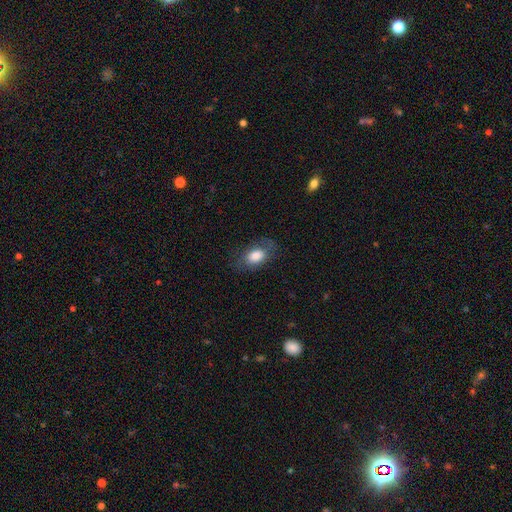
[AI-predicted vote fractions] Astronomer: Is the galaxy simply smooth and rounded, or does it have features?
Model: smooth — 78%.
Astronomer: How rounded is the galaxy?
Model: in between — 89%.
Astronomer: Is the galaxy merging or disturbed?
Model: none — 72%.